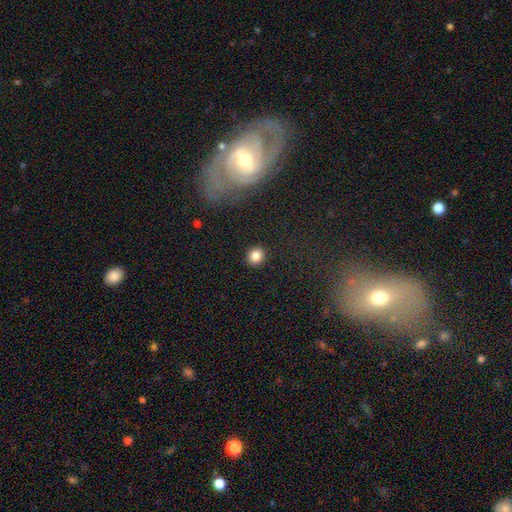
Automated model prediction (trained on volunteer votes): A smooth galaxy with no disk features (84%) that is round (85%).

Vote fractions:
- Smooth or featured? smooth: 84% / star or artifact: 11% / featured or disk: 5%
- How rounded? round: 85% / in between: 14% / cigar-shaped: 1%
- Merging? none: 91% / minor disturbance: 6% / major disturbance: 2% / merger: 1%